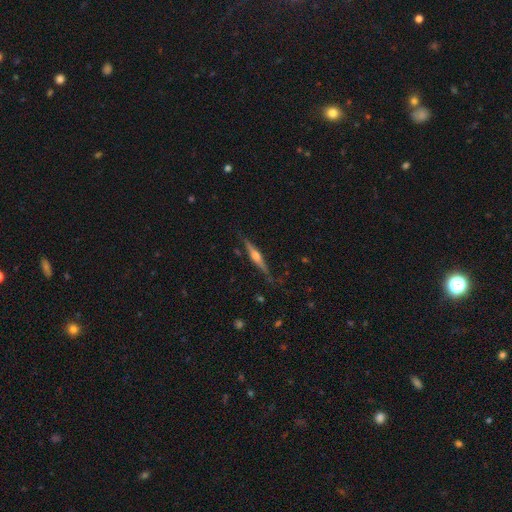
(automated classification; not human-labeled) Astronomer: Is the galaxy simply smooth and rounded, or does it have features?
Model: featured or disk — 76%.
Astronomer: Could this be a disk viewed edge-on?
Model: yes — 98%.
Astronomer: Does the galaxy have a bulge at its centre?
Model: rounded — 93%.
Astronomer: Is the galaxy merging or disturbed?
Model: none — 85%.